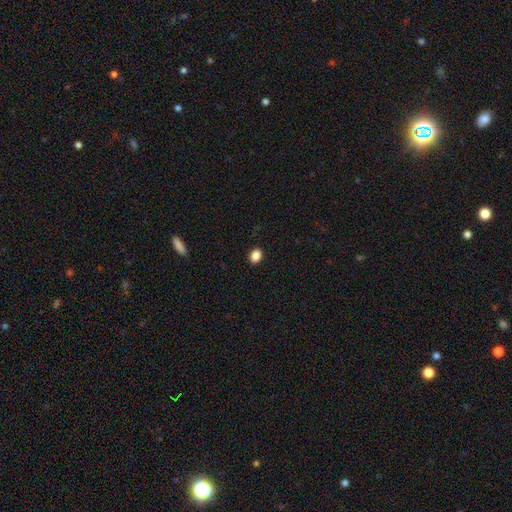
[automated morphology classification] Smooth or featured? Predicted: smooth (p=0.86). How rounded? Predicted: in between (p=0.61). Merging? Predicted: none (p=0.90).